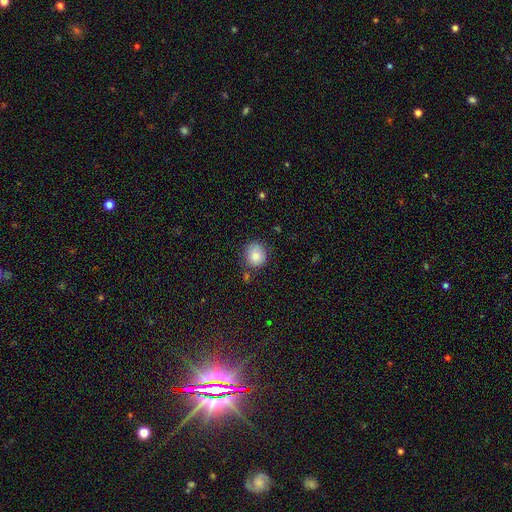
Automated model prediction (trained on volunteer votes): smooth_or_featured: smooth (p=0.82) [alt: star or artifact p=0.09]
how_rounded: round (p=0.81) [alt: in between p=0.19]
merging: none (p=0.75) [alt: minor disturbance p=0.16]